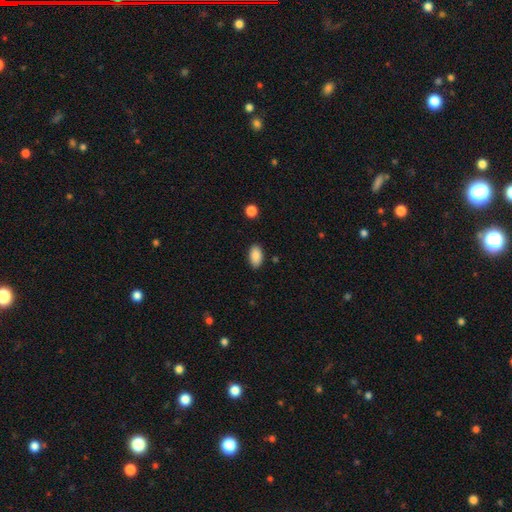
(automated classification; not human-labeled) A smooth galaxy with no disk features (89%) that is in between round and cigar-shaped (94%).

Vote fractions:
- Smooth or featured? smooth: 89% / star or artifact: 7% / featured or disk: 4%
- How rounded? in between: 94% / round: 4% / cigar-shaped: 2%
- Merging? none: 87% / minor disturbance: 10% / major disturbance: 2% / merger: 1%